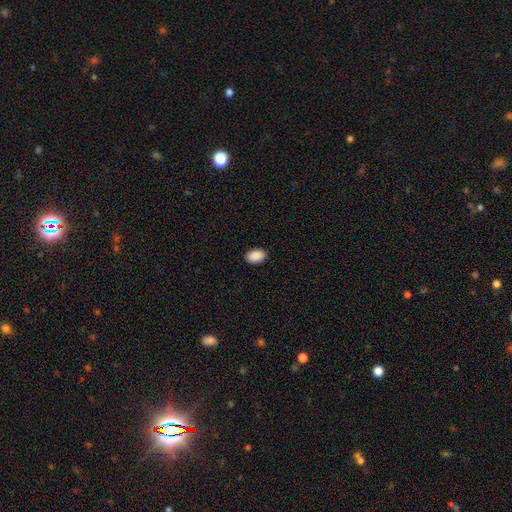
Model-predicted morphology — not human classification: This appears to be a smooth galaxy with no disk features (91%) that is in between round and cigar-shaped (88%). Merging: none (90%).